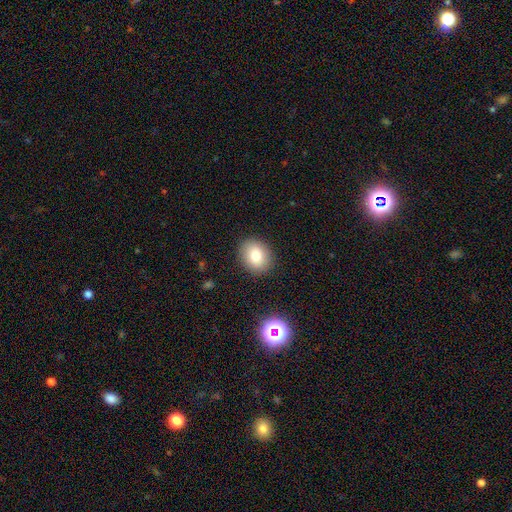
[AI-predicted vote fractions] Smooth or featured? Predicted: smooth (p=0.78). How rounded? Predicted: round (p=0.61). Merging? Predicted: none (p=0.89).